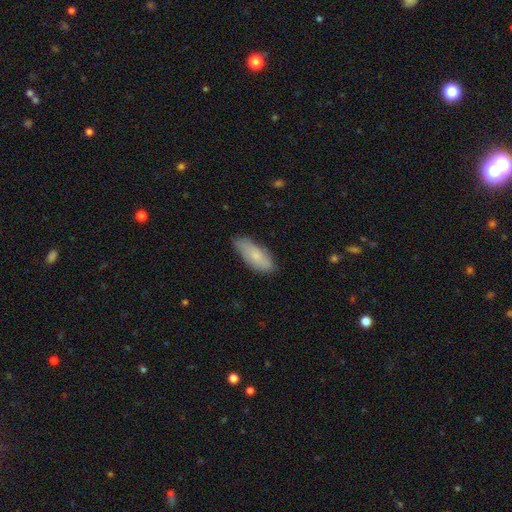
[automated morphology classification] A smooth galaxy with no disk features (72%) that is in between round and cigar-shaped (80%).

Vote fractions:
- Smooth or featured? smooth: 72% / featured or disk: 22% / star or artifact: 6%
- How rounded? in between: 80% / cigar-shaped: 18% / round: 2%
- Merging? none: 75% / minor disturbance: 20% / major disturbance: 3% / merger: 1%